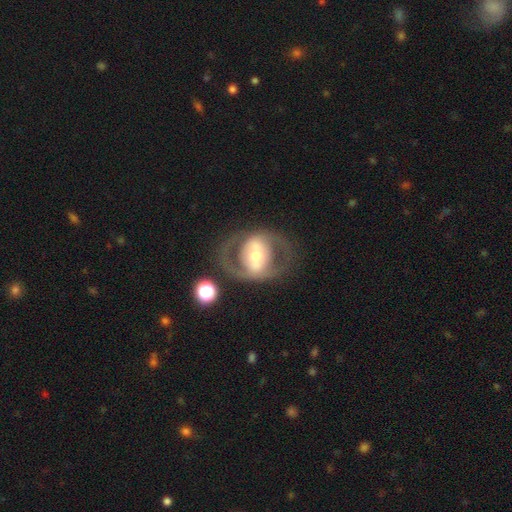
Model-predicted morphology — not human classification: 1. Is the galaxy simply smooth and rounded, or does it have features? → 71% featured or disk, 23% smooth, 6% star or artifact.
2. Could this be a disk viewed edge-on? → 93% no, 7% yes.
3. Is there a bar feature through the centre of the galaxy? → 49% strong, 27% weak, 24% no.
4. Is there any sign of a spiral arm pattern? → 60% no, 40% yes.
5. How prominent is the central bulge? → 61% moderate, 21% small, 15% large, 2% dominant, 1% none.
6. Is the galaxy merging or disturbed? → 68% none, 16% major disturbance, 13% minor disturbance, 3% merger.